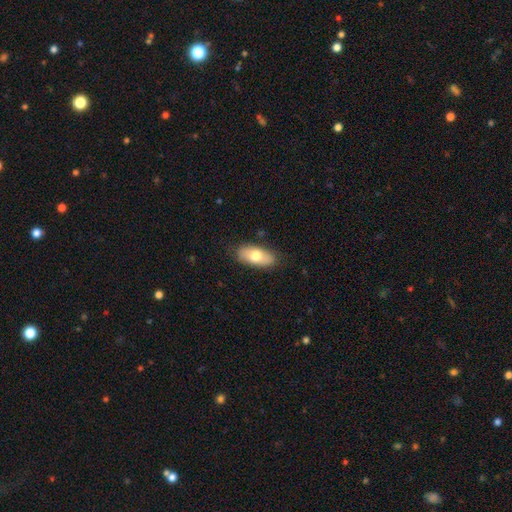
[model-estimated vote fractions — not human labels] A smooth galaxy with no disk features (70%) that is in between round and cigar-shaped (88%). Merging: none (84%).